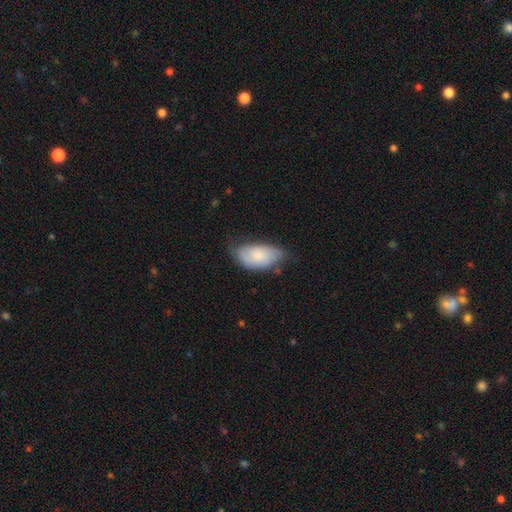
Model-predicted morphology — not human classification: Smooth or featured?
  - smooth: 66% *
  - featured or disk: 28%
  - star or artifact: 7%
How rounded?
  - in between: 94% *
  - round: 4%
  - cigar-shaped: 3%
Merging?
  - none: 46% *
  - minor disturbance: 40%
  - major disturbance: 12%
  - merger: 2%